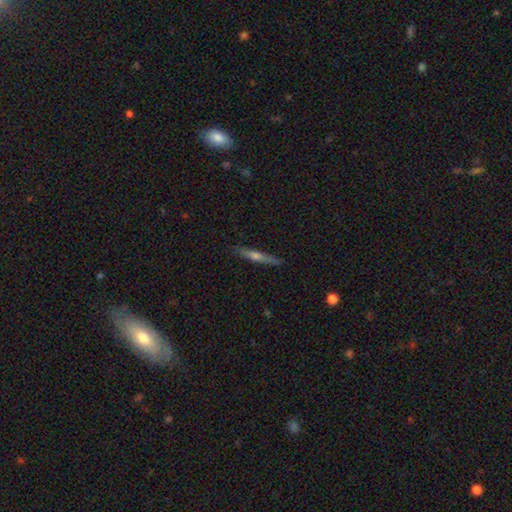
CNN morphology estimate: featured or disk 56%, smooth 37%, star or artifact 7%. Down the decision tree: edge-on disk — yes (96%); edge-on bulge — rounded (78%); merging — none (89%).